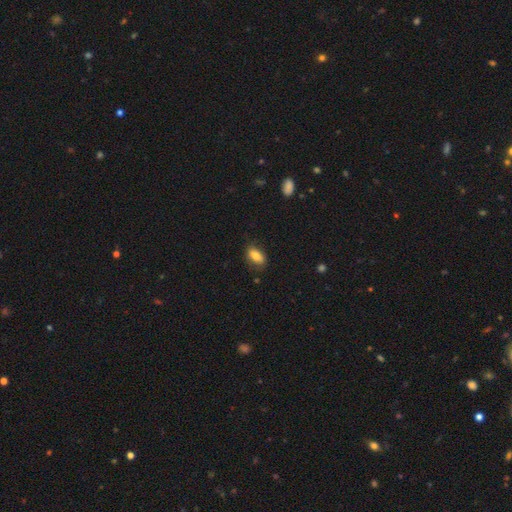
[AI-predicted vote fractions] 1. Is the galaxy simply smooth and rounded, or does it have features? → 83% smooth, 9% featured or disk, 8% star or artifact.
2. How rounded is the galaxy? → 89% in between, 6% cigar-shaped, 5% round.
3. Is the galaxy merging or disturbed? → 75% none, 19% minor disturbance, 5% major disturbance, 1% merger.